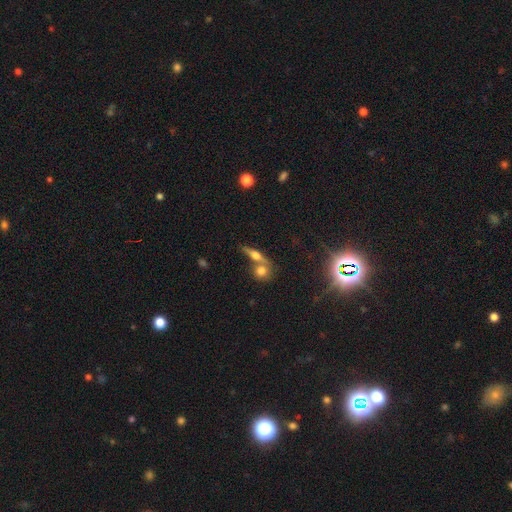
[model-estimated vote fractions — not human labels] Smooth or featured?
  - featured or disk: 51% *
  - smooth: 38%
  - star or artifact: 11%
Edge-on disk?
  - yes: 88% *
  - no: 12%
Merging?
  - none: 55% *
  - merger: 31%
  - minor disturbance: 9%
  - major disturbance: 4%